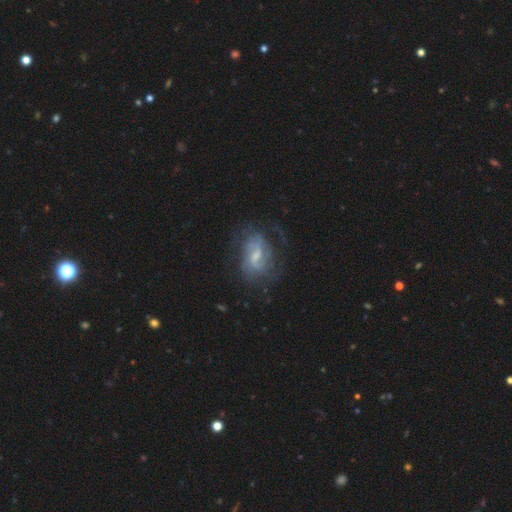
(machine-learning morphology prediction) Smooth or featured? featured or disk (74%)
Edge-on disk? no (96%)
Bar? weak (57%)
Spiral arms? yes (86%)
Spiral winding? medium (42%)
Spiral arm count? 2 (46%)
Bulge size? small (43%)
Merging? none (58%)